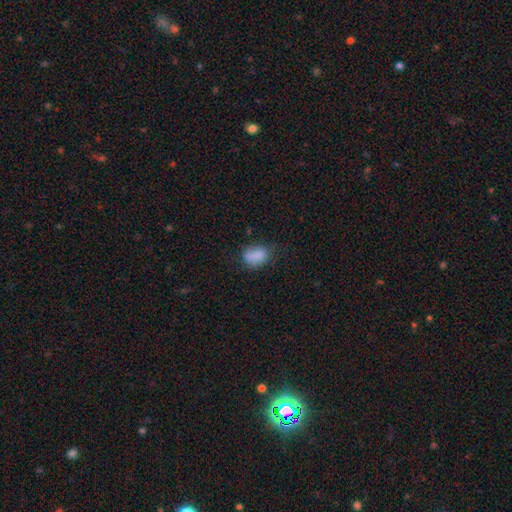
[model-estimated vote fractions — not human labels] This is likely a smooth galaxy (80%). How rounded: likely in between (79%). Merging: possibly none (53%).